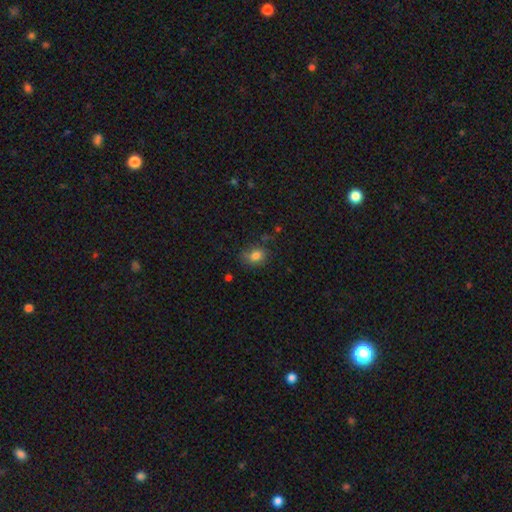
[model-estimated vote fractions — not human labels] smooth 79%, star or artifact 11%, featured or disk 10%. Down the decision tree: how rounded — in between (51%); merging — none (66%).